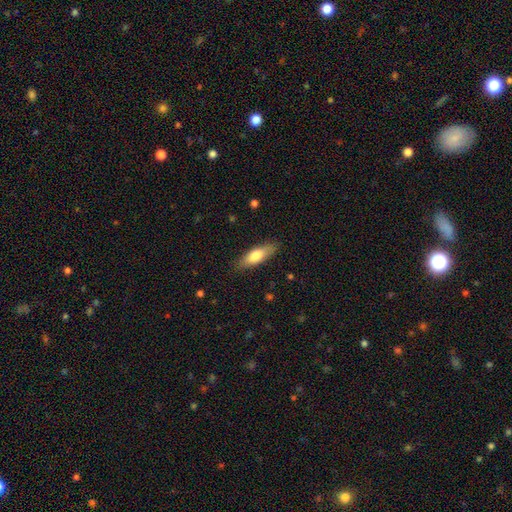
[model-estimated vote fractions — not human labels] Smooth or featured? smooth (74%)
How rounded? in between (61%)
Merging? none (84%)